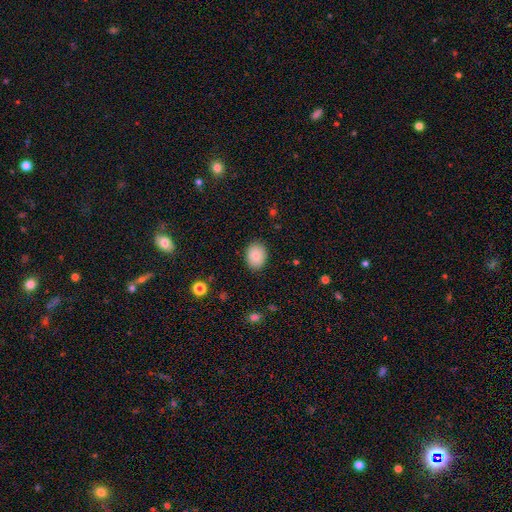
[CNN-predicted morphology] A smooth galaxy with no disk features (85%) that is in between round and cigar-shaped (70%).

Vote fractions:
- Smooth or featured? smooth: 85% / star or artifact: 8% / featured or disk: 8%
- How rounded? in between: 70% / round: 30% / cigar-shaped: 1%
- Merging? none: 87% / minor disturbance: 10% / major disturbance: 2% / merger: 1%